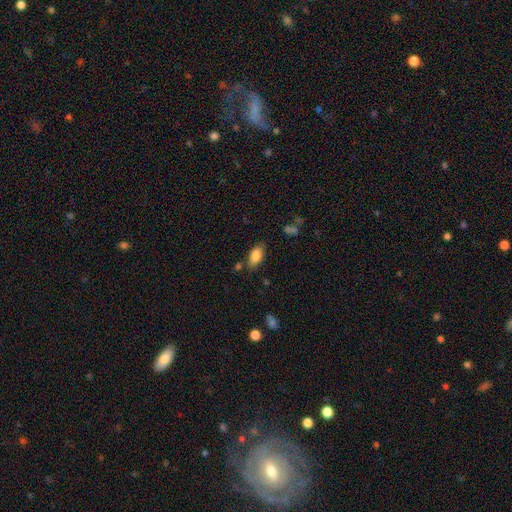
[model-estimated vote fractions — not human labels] A smooth galaxy with no disk features (85%) that is in between round and cigar-shaped (91%).

Vote fractions:
- Smooth or featured? smooth: 85% / featured or disk: 8% / star or artifact: 7%
- How rounded? in between: 91% / cigar-shaped: 6% / round: 3%
- Merging? none: 76% / minor disturbance: 15% / merger: 5% / major disturbance: 4%